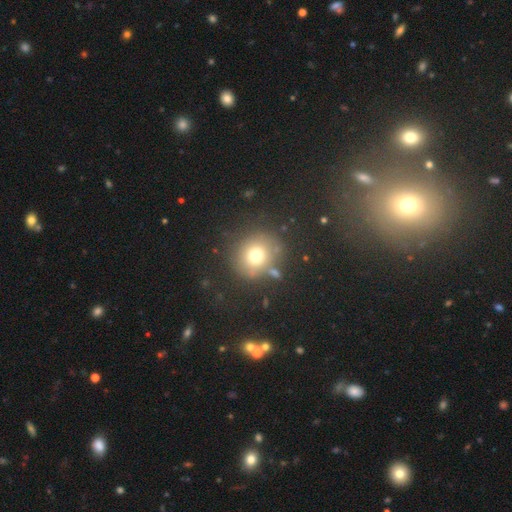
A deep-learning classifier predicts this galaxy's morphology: smooth-or-featured: smooth: 72% | star or artifact: 15% | featured or disk: 13%
  how-rounded: round: 86% | in between: 13% | cigar-shaped: 1%
  merging: none: 76% | minor disturbance: 12% | merger: 6% | major disturbance: 6%